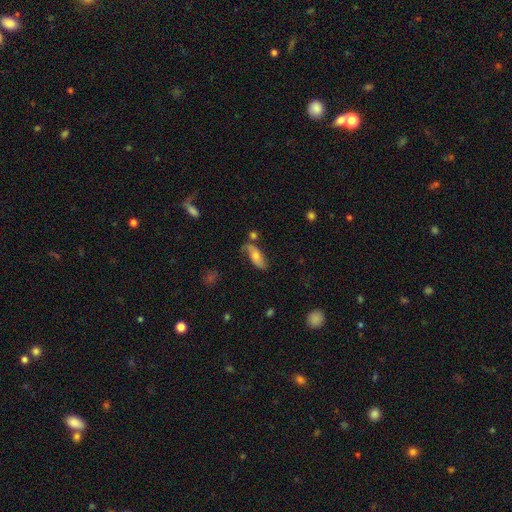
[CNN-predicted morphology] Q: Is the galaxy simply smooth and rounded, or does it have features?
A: smooth — 50%.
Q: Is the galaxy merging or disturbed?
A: none — 53%.